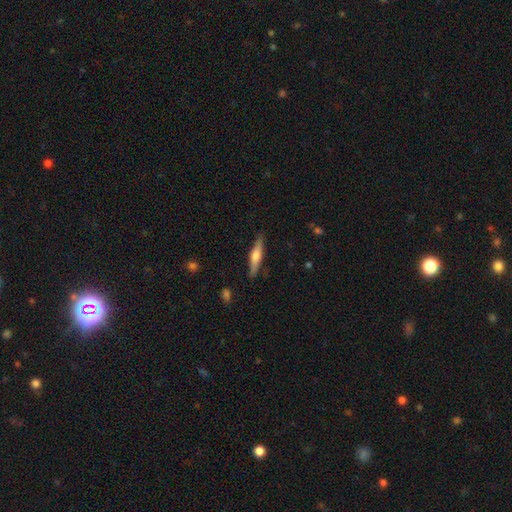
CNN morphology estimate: smooth_or_featured: featured or disk (p=0.48) [alt: smooth p=0.46]
merging: none (p=0.87) [alt: minor disturbance p=0.10]